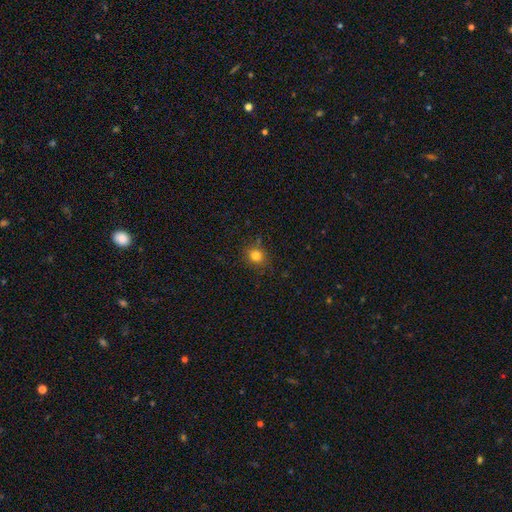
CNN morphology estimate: Smooth or featured? Predicted: smooth (p=0.80). How rounded? Predicted: round (p=0.76). Merging? Predicted: none (p=0.82).